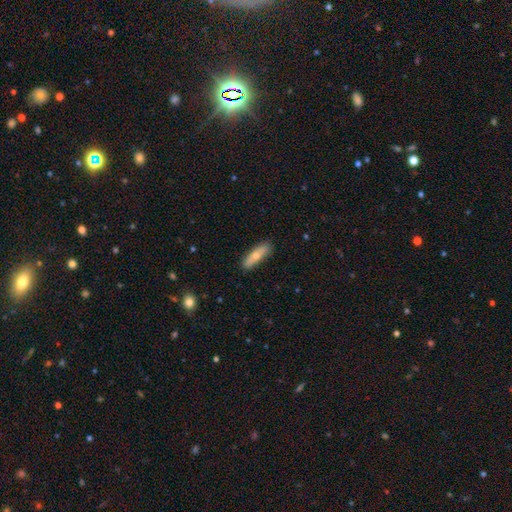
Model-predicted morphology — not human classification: Smooth or featured? smooth (66%)
How rounded? cigar-shaped (64%)
Merging? none (85%)